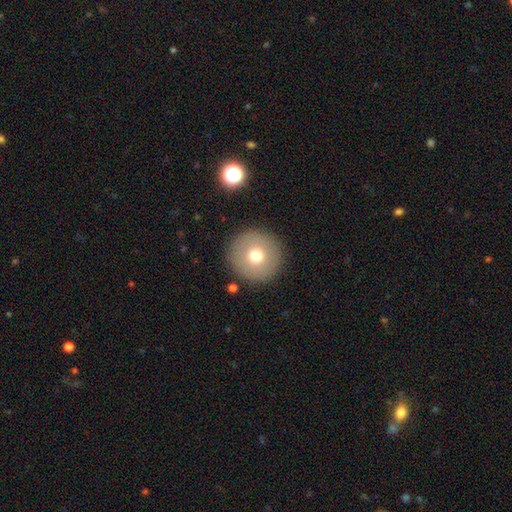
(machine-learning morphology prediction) smooth_or_featured: smooth (p=0.71) [alt: featured or disk p=0.20]
how_rounded: round (p=0.96) [alt: in between p=0.03]
merging: none (p=0.90) [alt: minor disturbance p=0.06]